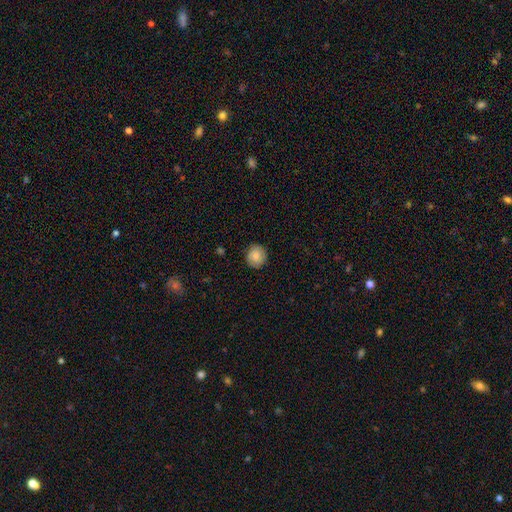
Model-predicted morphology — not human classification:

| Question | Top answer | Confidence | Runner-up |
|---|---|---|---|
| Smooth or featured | smooth | 86% | star or artifact (8%) |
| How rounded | round | 88% | in between (11%) |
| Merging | none | 89% | minor disturbance (8%) |